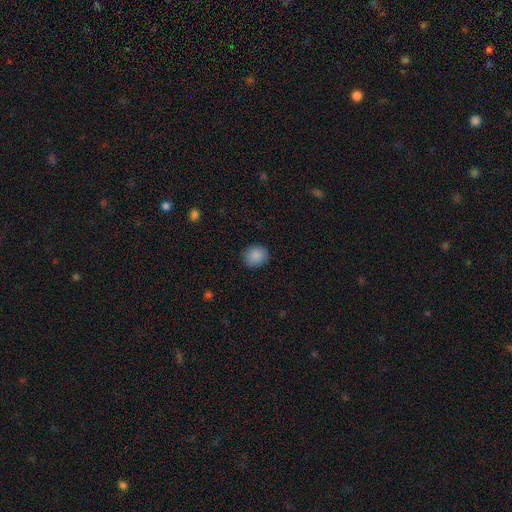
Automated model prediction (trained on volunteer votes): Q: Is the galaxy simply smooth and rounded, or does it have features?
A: smooth — 88%.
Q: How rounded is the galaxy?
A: round — 70%.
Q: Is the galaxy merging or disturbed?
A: none — 88%.